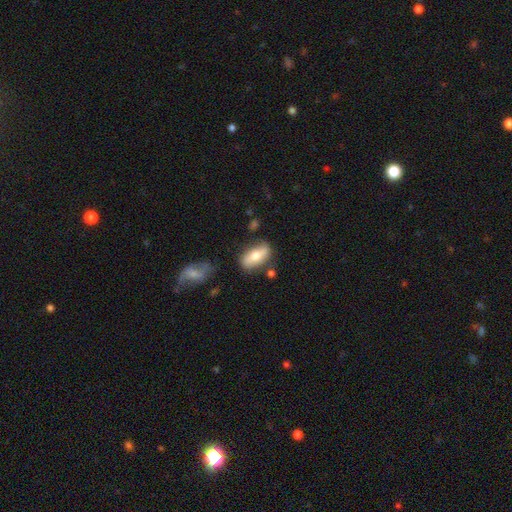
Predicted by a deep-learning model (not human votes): This is possibly a smooth galaxy (57%). How rounded: likely in between (80%). Merging: likely none (75%).